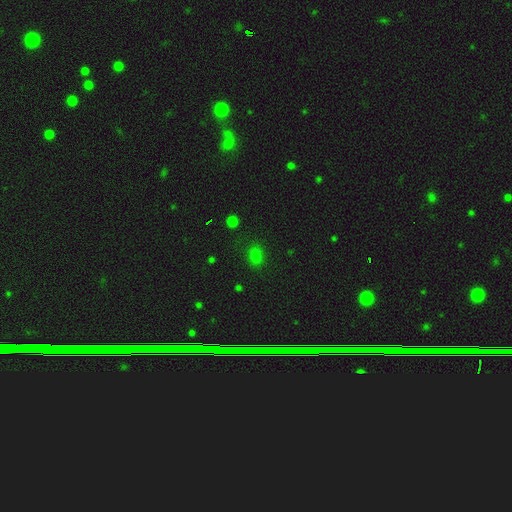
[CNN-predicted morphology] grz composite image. It shows a smooth galaxy with no disk features (75%) that is in between round and cigar-shaped (56%). Merging: none (83%).